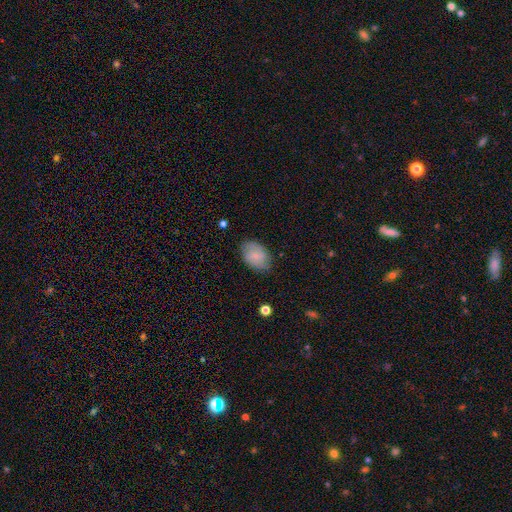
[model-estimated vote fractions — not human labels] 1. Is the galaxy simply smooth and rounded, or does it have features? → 65% smooth, 28% featured or disk, 7% star or artifact.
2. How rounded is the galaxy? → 84% in between, 15% round, 1% cigar-shaped.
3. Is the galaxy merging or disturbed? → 79% none, 16% minor disturbance, 4% major disturbance, 1% merger.